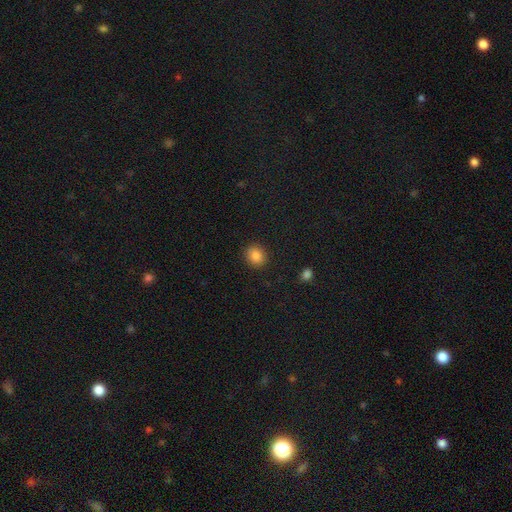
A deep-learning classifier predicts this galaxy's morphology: Smooth or featured? Predicted: smooth (p=0.85). How rounded? Predicted: round (p=0.74). Merging? Predicted: none (p=0.90).